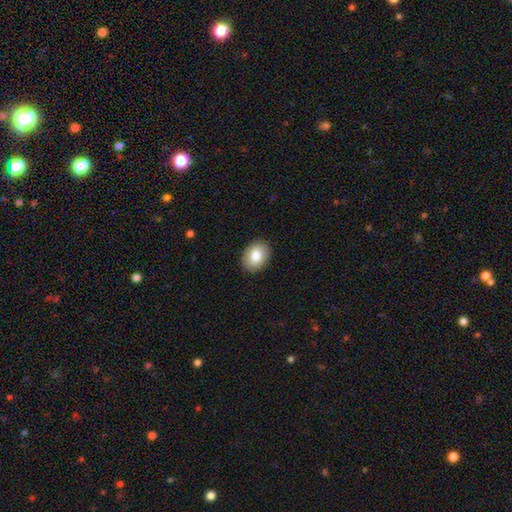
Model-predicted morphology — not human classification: smooth 81%, featured or disk 11%, star or artifact 8%. Down the decision tree: how rounded — in between (67%); merging — none (90%).